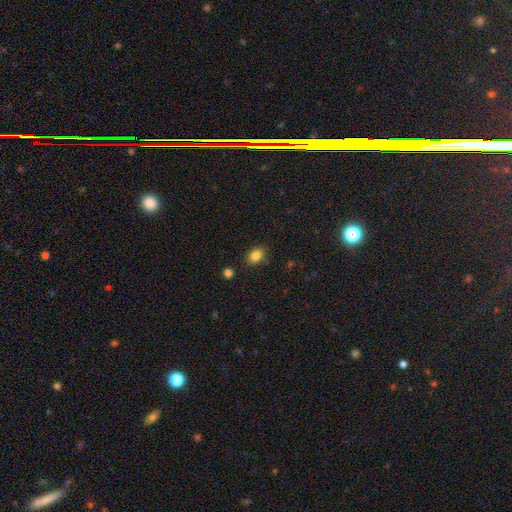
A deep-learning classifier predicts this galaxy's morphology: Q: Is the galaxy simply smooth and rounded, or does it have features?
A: smooth — 84%.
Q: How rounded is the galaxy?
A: in between — 63%.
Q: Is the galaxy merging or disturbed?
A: none — 85%.